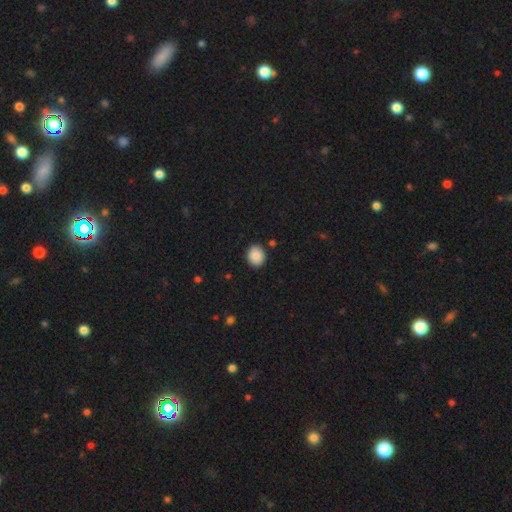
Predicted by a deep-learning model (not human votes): This is clearly a smooth galaxy (88%). How rounded: likely round (66%). Merging: clearly none (89%).